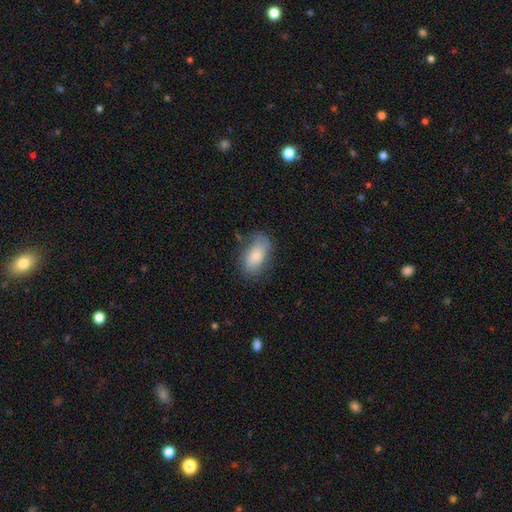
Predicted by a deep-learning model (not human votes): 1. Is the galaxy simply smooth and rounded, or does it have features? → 72% smooth, 21% featured or disk, 7% star or artifact.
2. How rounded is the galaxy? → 90% in between, 5% round, 4% cigar-shaped.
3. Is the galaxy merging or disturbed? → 67% none, 24% minor disturbance, 8% major disturbance, 2% merger.